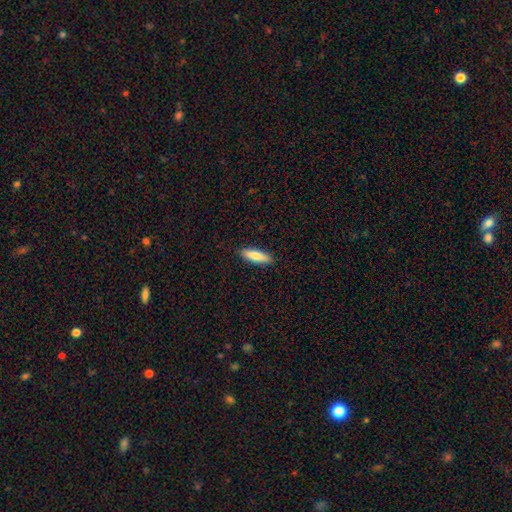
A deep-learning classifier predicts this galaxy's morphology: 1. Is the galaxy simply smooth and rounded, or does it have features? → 82% smooth, 12% featured or disk, 6% star or artifact.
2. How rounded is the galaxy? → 57% cigar-shaped, 41% in between, 2% round.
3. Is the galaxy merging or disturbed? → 89% none, 8% minor disturbance, 2% major disturbance, 1% merger.